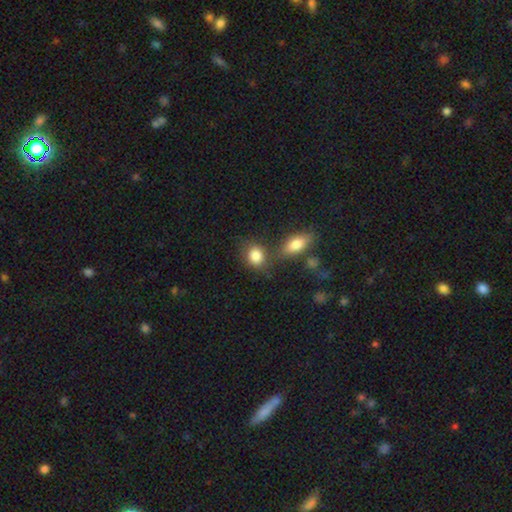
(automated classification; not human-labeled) Smooth or featured? smooth (84%)
How rounded? round (50%)
Merging? none (58%)